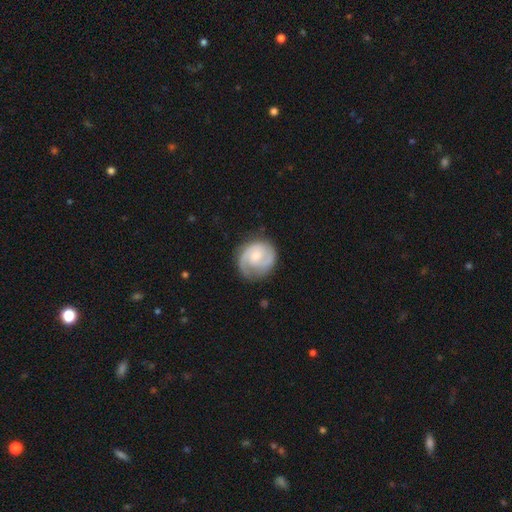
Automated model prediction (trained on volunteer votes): This is clearly a featured or disk galaxy (81%). It is clearly not viewed edge-on (98%). Bar: likely no (62%). Spiral arm pattern: clearly yes (95%). Spiral arm count: likely 2 (67%). Spiral winding: possibly tight (49%). Central bulge: possibly small (48%). Merging: likely none (74%).